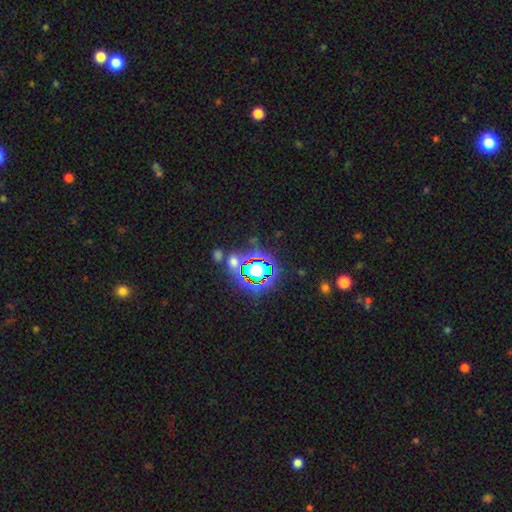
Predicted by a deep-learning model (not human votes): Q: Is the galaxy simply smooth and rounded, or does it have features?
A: star or artifact — 81%.